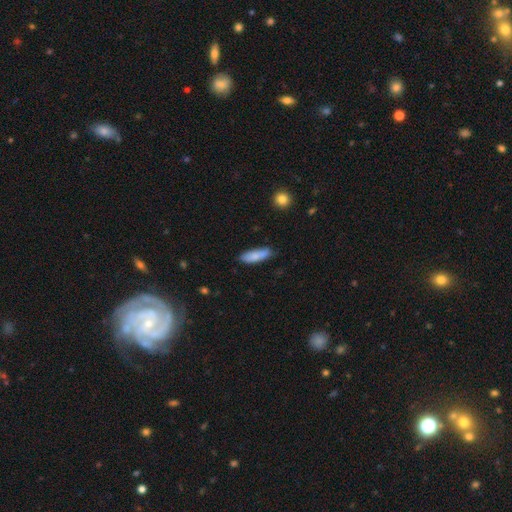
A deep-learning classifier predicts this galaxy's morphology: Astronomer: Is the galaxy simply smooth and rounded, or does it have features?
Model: smooth — 81%.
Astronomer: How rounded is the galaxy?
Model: cigar-shaped — 50% (runner-up: in between, 48%).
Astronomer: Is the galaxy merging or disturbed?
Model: none — 73%.